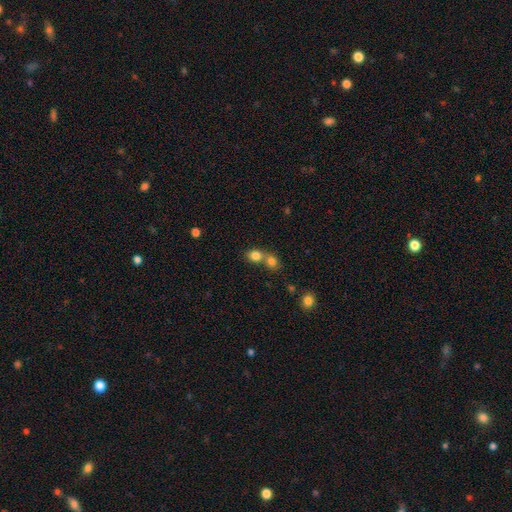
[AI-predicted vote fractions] Smooth or featured: smooth — 80% (star or artifact — 11%)
How rounded: round — 68% (in between — 31%)
Merging: merger — 57% (none — 35%)